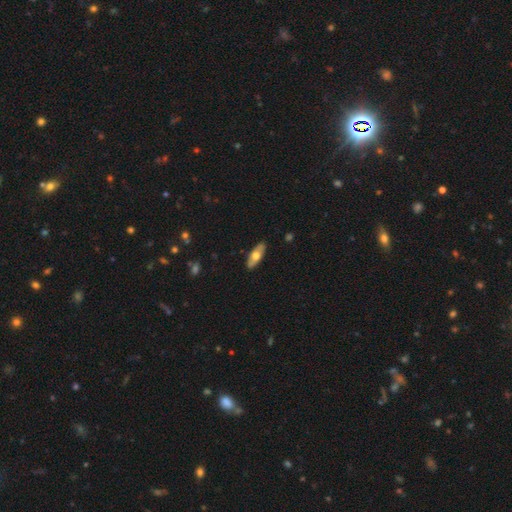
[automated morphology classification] smooth 54%, featured or disk 41%, star or artifact 5%. Down the decision tree: how rounded — in between (69%); merging — none (88%).